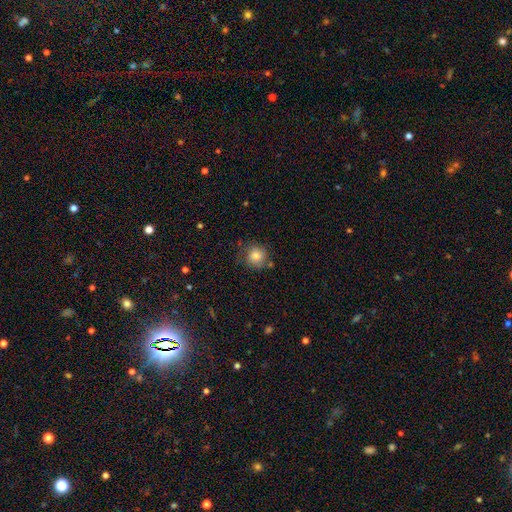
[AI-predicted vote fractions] This is likely a smooth galaxy (77%). How rounded: clearly round (87%). Merging: likely none (68%).